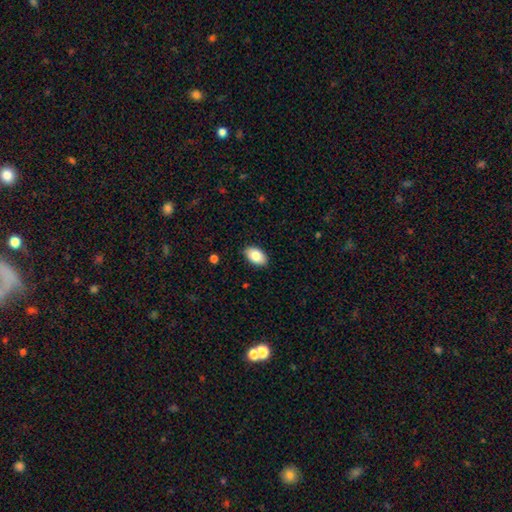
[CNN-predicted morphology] Smooth or featured?
  - smooth: 83% *
  - featured or disk: 10%
  - star or artifact: 7%
How rounded?
  - in between: 93% *
  - round: 5%
  - cigar-shaped: 1%
Merging?
  - none: 88% *
  - minor disturbance: 9%
  - major disturbance: 2%
  - merger: 1%